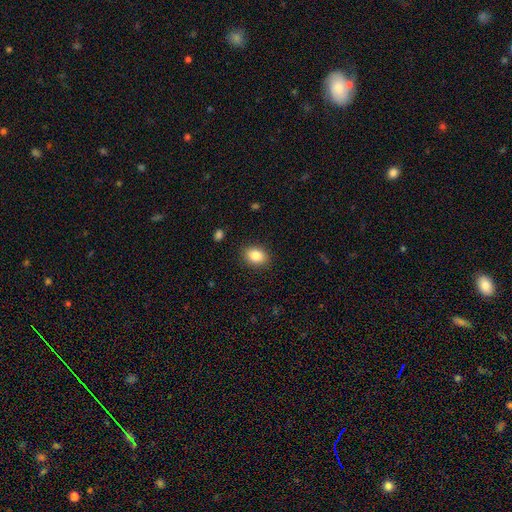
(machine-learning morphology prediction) Smooth or featured? smooth (85%)
How rounded? in between (71%)
Merging? none (88%)